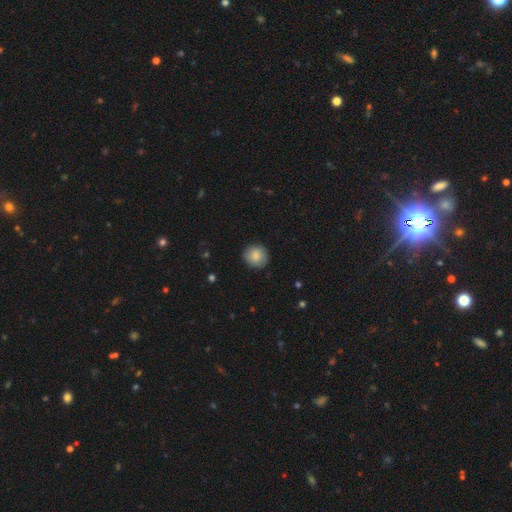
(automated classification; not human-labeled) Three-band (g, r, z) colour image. It shows a smooth galaxy with no disk features (86%) that is round (90%). Merging: none (88%).